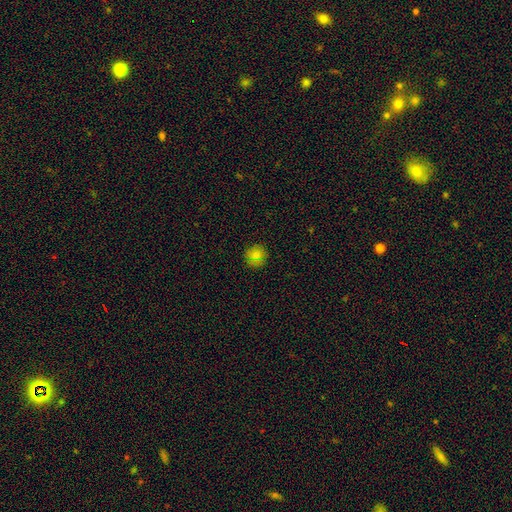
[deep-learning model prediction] Smooth or featured?
  - smooth: 81% *
  - star or artifact: 12%
  - featured or disk: 6%
How rounded?
  - round: 91% *
  - in between: 8%
  - cigar-shaped: 1%
Merging?
  - none: 86% *
  - minor disturbance: 10%
  - major disturbance: 2%
  - merger: 1%